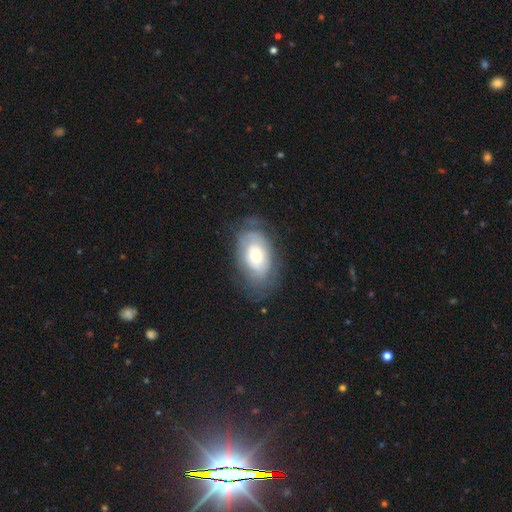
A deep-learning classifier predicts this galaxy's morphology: Smooth or featured: featured or disk — 49% (smooth — 44%)
Merging: none — 67% (minor disturbance — 21%)